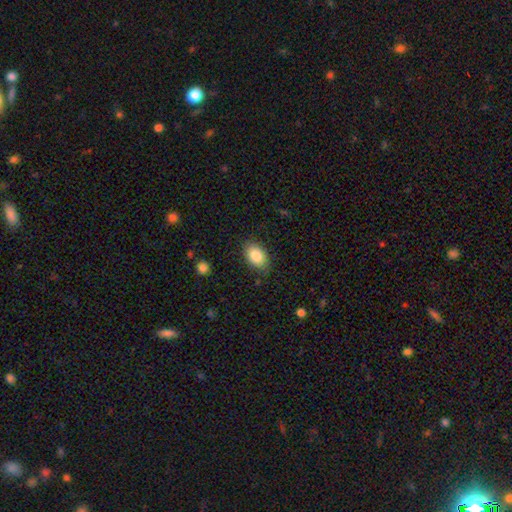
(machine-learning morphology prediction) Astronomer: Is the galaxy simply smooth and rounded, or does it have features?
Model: smooth — 86%.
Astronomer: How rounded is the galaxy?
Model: in between — 88%.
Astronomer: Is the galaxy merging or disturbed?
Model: none — 80%.